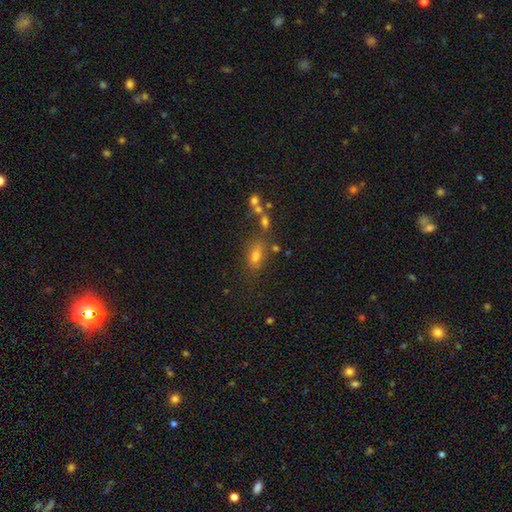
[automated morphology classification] Smooth or featured? Predicted: smooth (p=0.62). How rounded? Predicted: in between (p=0.74). Merging? Predicted: none (p=0.63).